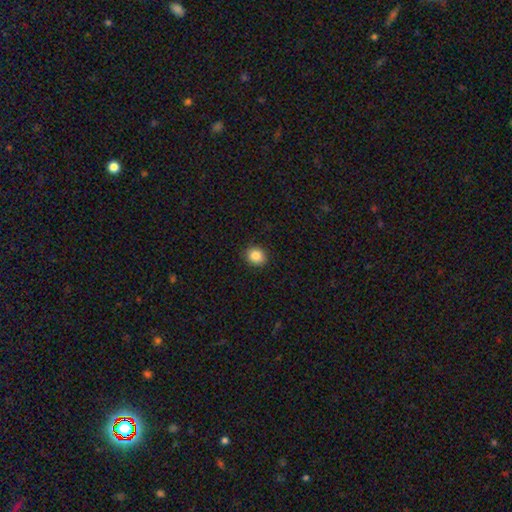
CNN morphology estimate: This is clearly a smooth galaxy (85%). How rounded: likely round (74%). Merging: clearly none (90%).